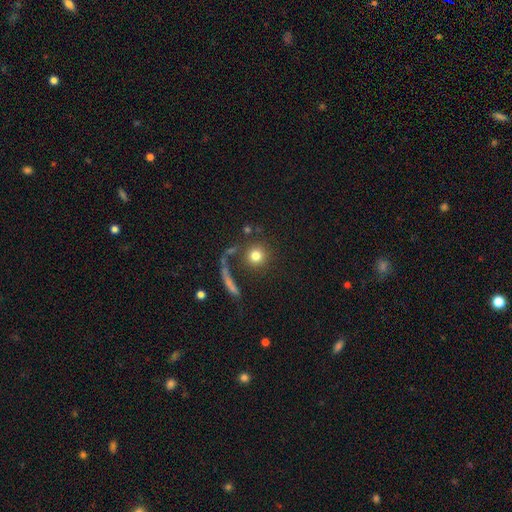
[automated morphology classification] Smooth or featured? Predicted: smooth (p=0.78). How rounded? Predicted: round (p=0.94). Merging? Predicted: none (p=0.74).